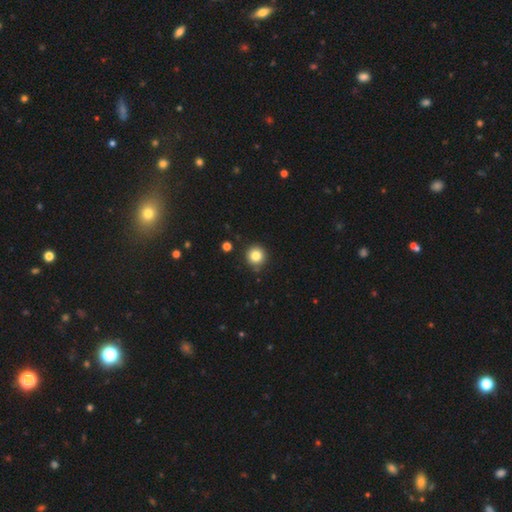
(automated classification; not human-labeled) Morphology: type=smooth (84%); roundness=round (94%); merging=none (88%).